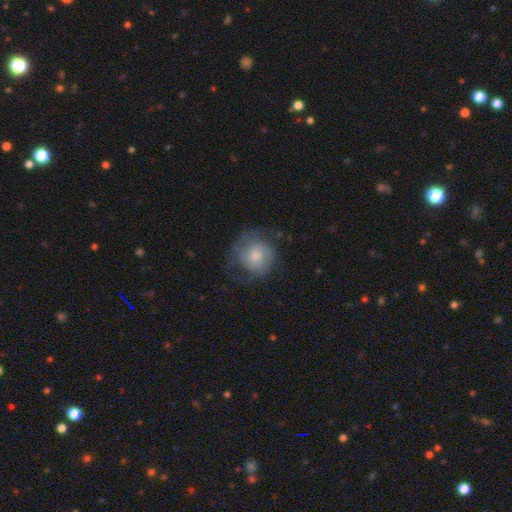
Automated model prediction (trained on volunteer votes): This appears to be a smooth galaxy with no disk features (59%) that is round (84%). Merging: none (51%).